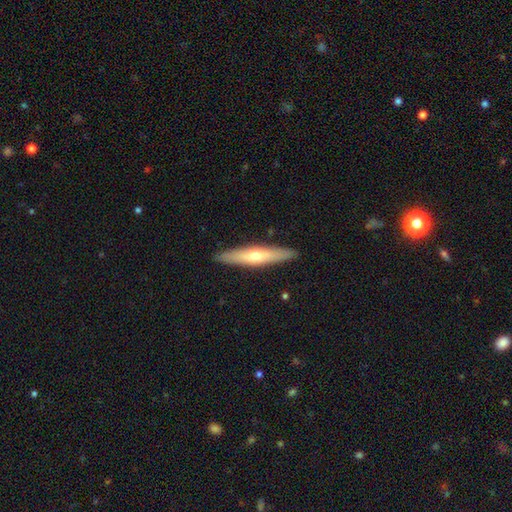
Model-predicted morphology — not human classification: smooth_or_featured: featured or disk (p=0.51) [alt: smooth p=0.44]
disk_edge_on: yes (p=0.89) [alt: no p=0.11]
merging: none (p=0.91) [alt: minor disturbance p=0.07]